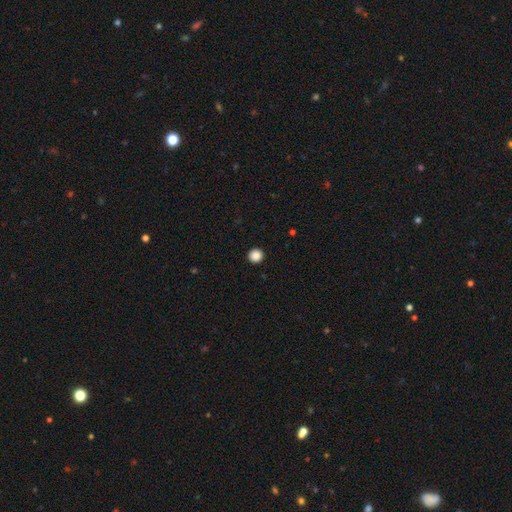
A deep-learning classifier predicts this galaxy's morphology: Overall: smooth (88%). How rounded: round (95%). Merging: none (94%).